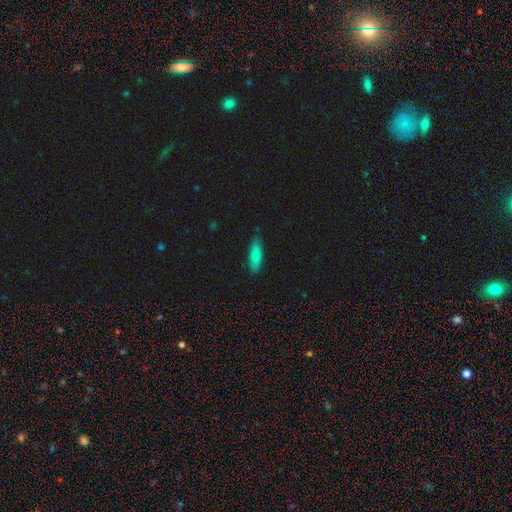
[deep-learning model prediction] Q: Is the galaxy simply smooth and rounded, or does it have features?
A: smooth — 80%.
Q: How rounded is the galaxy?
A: in between — 57%.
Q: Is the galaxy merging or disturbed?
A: none — 85%.